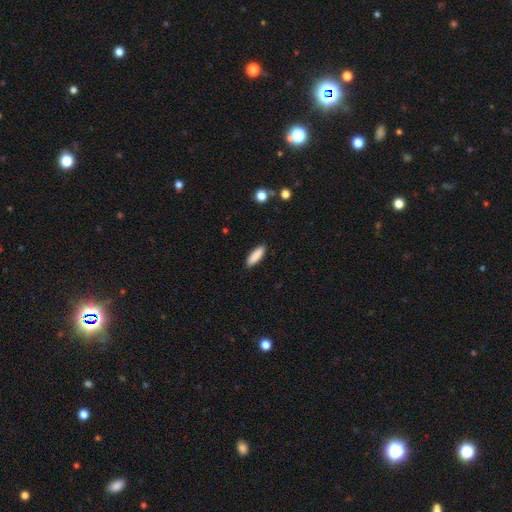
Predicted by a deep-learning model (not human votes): smooth-or-featured: smooth: 88% | star or artifact: 6% | featured or disk: 5%
  how-rounded: cigar-shaped: 53% | in between: 45% | round: 2%
  merging: none: 90% | minor disturbance: 8% | major disturbance: 2% | merger: 1%